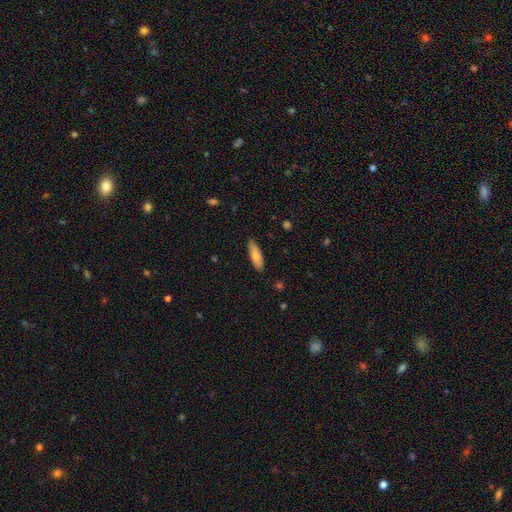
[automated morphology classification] smooth-or-featured: smooth: 80% | featured or disk: 15% | star or artifact: 6%
  how-rounded: cigar-shaped: 56% | in between: 42% | round: 2%
  merging: none: 86% | minor disturbance: 11% | major disturbance: 2% | merger: 1%